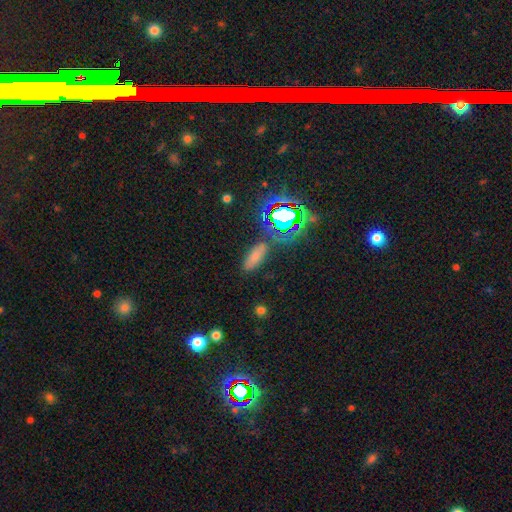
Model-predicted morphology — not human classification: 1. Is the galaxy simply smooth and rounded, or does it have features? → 64% smooth, 24% star or artifact, 12% featured or disk.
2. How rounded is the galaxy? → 67% in between, 28% cigar-shaped, 5% round.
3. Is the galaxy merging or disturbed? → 79% none, 13% minor disturbance, 5% major disturbance, 4% merger.